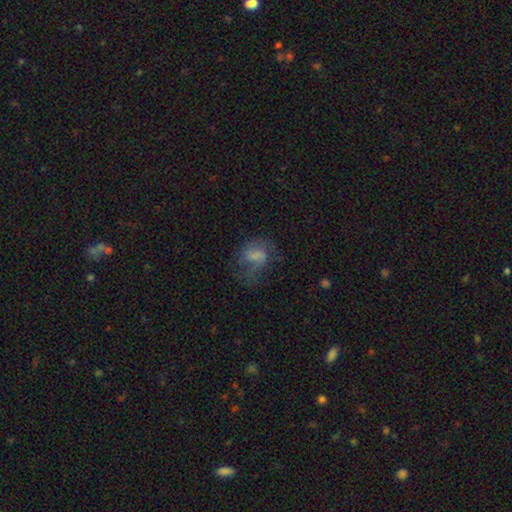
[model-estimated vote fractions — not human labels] Smooth or featured: smooth — 55% (featured or disk — 33%)
How rounded: in between — 66% (round — 32%)
Merging: major disturbance — 38% (none — 36%)